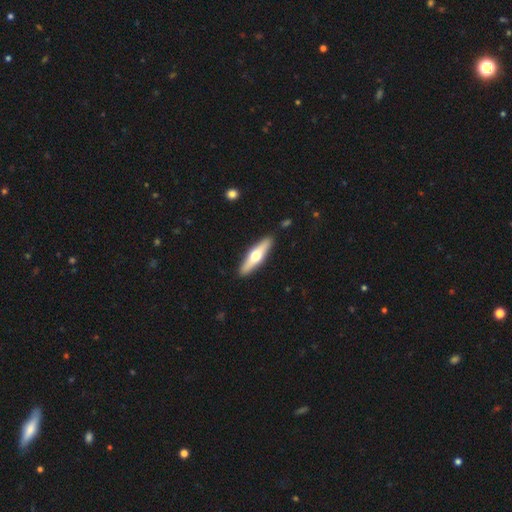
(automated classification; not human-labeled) A featured or disk galaxy (53%) viewed edge-on (92%).

Vote fractions:
- Smooth or featured? featured or disk: 53% / smooth: 42% / star or artifact: 5%
- Edge-on disk? yes: 92% / no: 8%
- Merging? none: 90% / minor disturbance: 7% / major disturbance: 2% / merger: 1%